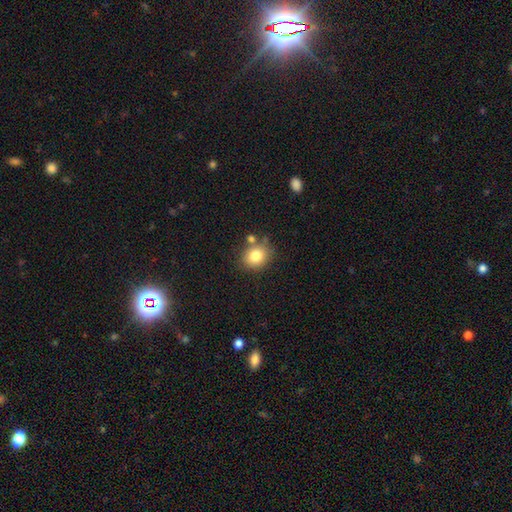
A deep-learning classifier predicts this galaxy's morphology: smooth-or-featured: smooth: 81% | star or artifact: 10% | featured or disk: 9%
  how-rounded: round: 66% | in between: 33% | cigar-shaped: 1%
  merging: none: 67% | minor disturbance: 15% | merger: 13% | major disturbance: 4%